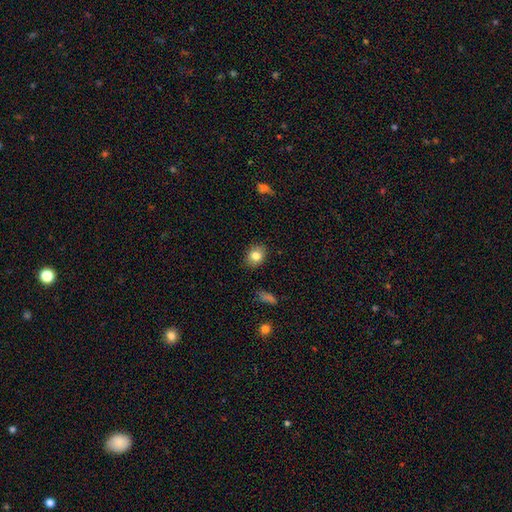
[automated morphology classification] Smooth or featured: smooth — 82% (star or artifact — 10%)
How rounded: round — 54% (in between — 45%)
Merging: none — 87% (minor disturbance — 9%)